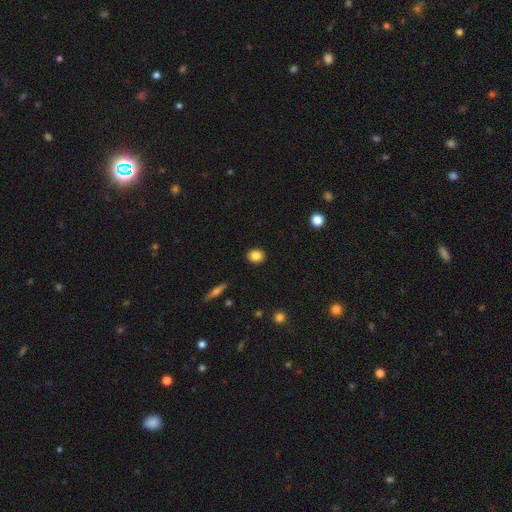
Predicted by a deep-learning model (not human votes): Smooth or featured? smooth (85%)
How rounded? round (62%)
Merging? none (91%)